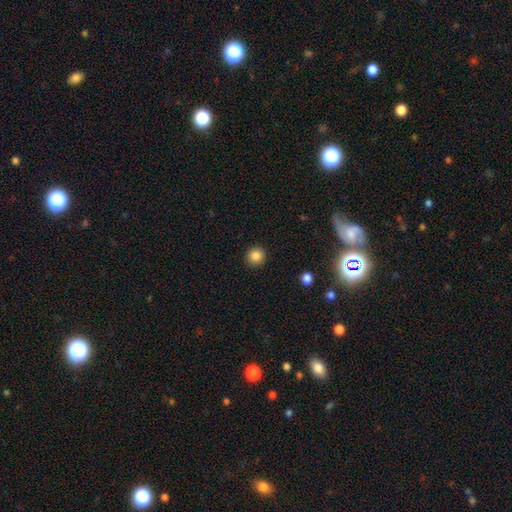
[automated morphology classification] A smooth galaxy with no disk features (85%) that is round (93%). Merging: none (92%).